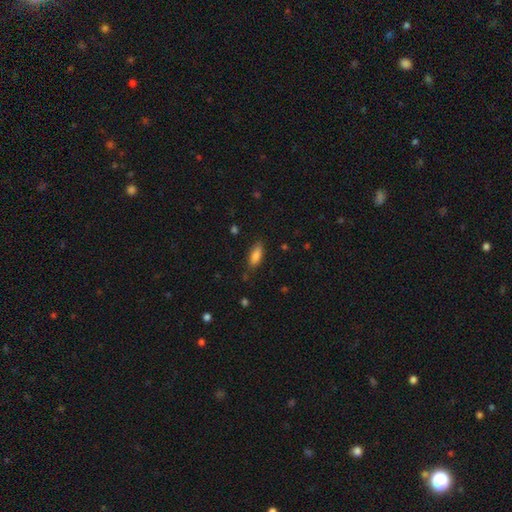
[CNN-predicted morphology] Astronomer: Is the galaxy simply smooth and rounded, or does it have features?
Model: smooth — 85%.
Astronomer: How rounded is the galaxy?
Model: in between — 76%.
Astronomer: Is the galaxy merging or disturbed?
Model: none — 80%.